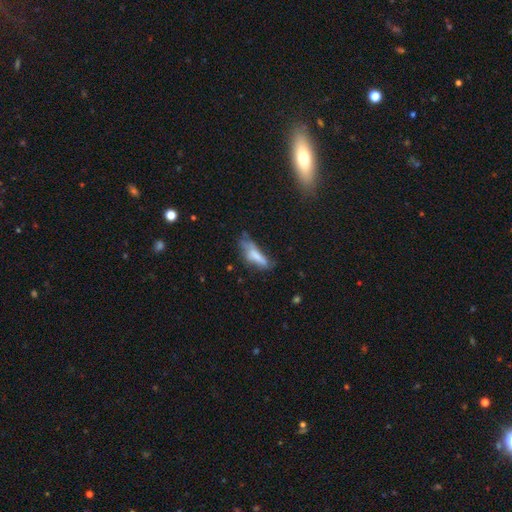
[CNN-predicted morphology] Smooth or featured?
  - smooth: 60% *
  - featured or disk: 30%
  - star or artifact: 10%
How rounded?
  - cigar-shaped: 53% *
  - in between: 44%
  - round: 2%
Merging?
  - none: 31% * (tied)
  - minor disturbance: 31% * (tied)
  - major disturbance: 30%
  - merger: 7%